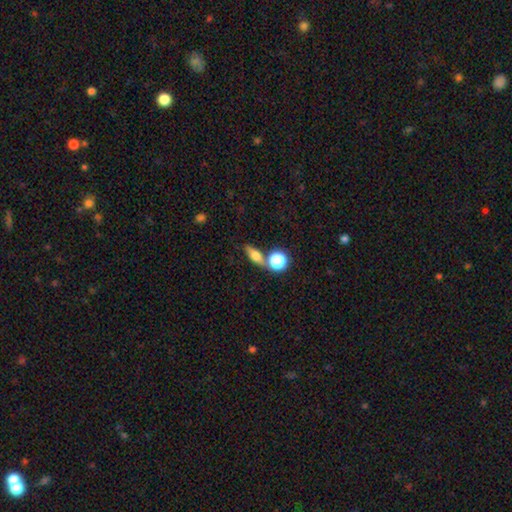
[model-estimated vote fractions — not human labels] Overall: smooth (61%; featured or disk 26%). How rounded: in between (47%; cigar-shaped 29%). Merging: none (62%; merger 24%).